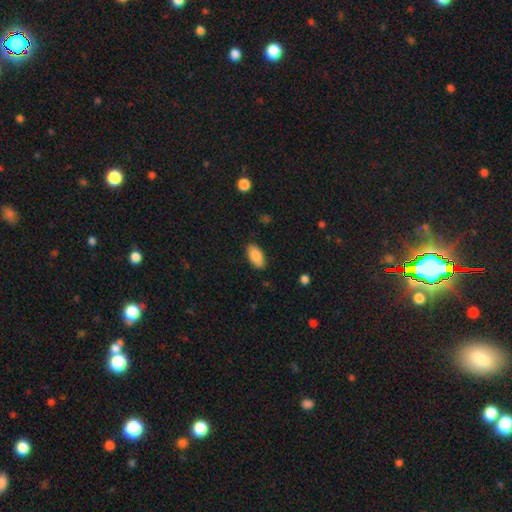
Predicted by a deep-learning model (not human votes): Smooth or featured? smooth (87%)
How rounded? in between (93%)
Merging? none (86%)